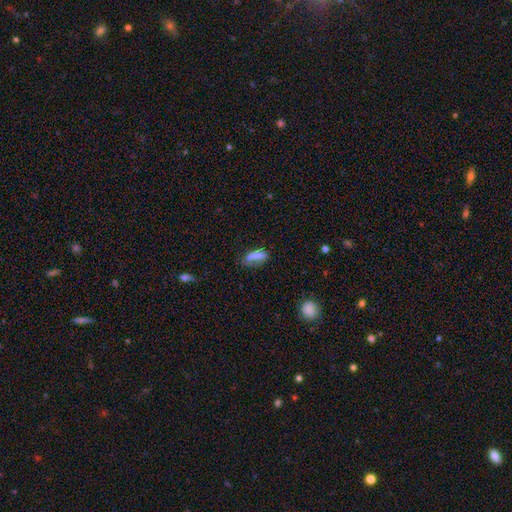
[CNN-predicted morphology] Overall: smooth (76%). How rounded: in between (67%; cigar-shaped 29%). Merging: none (48%; minor disturbance 29%).